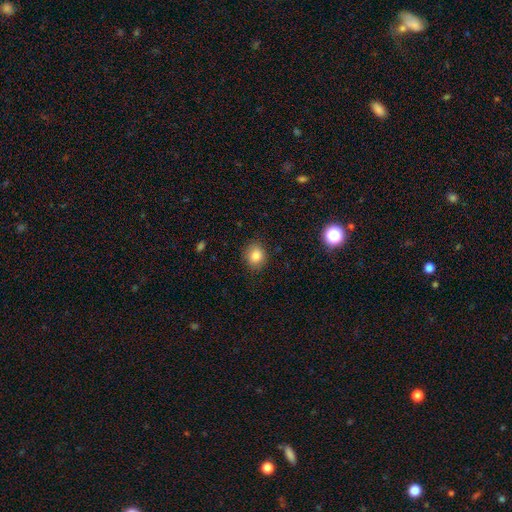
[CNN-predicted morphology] This is clearly a smooth galaxy (83%). How rounded: likely round (70%). Merging: clearly none (86%).